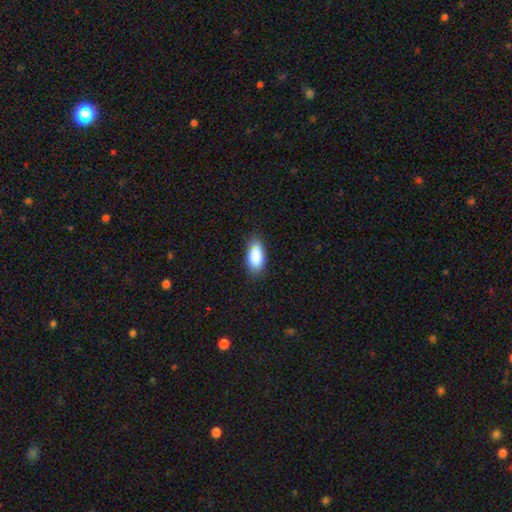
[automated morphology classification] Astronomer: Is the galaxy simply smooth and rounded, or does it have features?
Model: smooth — 87%.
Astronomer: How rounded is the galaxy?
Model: in between — 91%.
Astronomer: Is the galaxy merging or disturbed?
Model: none — 82%.